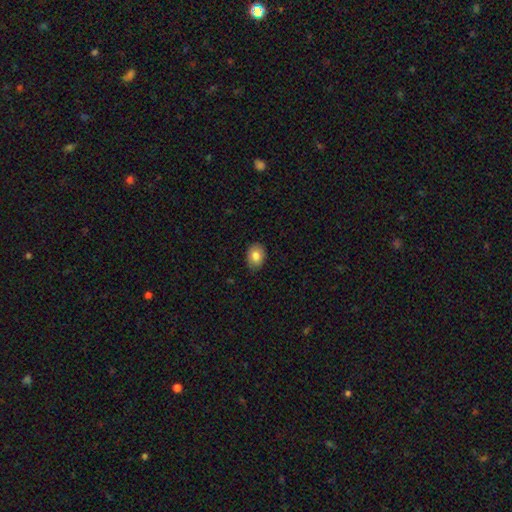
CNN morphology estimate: Smooth or featured?
  - smooth: 82% *
  - featured or disk: 10%
  - star or artifact: 8%
How rounded?
  - in between: 64% *
  - round: 35%
  - cigar-shaped: 1%
Merging?
  - none: 87% *
  - minor disturbance: 11%
  - major disturbance: 2%
  - merger: 1%